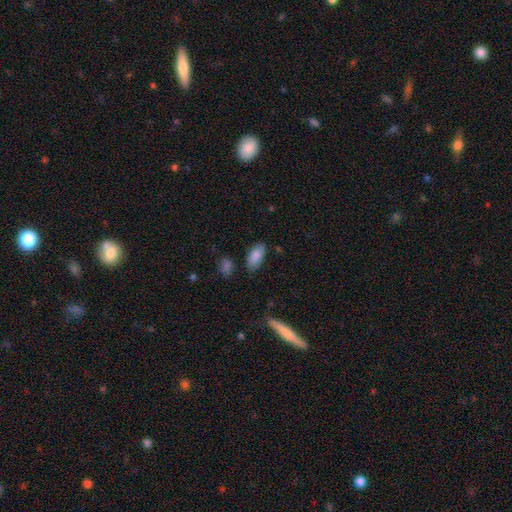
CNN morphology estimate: A smooth galaxy with no disk features (84%) that is in between round and cigar-shaped (92%).

Vote fractions:
- Smooth or featured? smooth: 84% / featured or disk: 9% / star or artifact: 7%
- How rounded? in between: 92% / cigar-shaped: 6% / round: 2%
- Merging? none: 77% / minor disturbance: 17% / major disturbance: 4% / merger: 3%